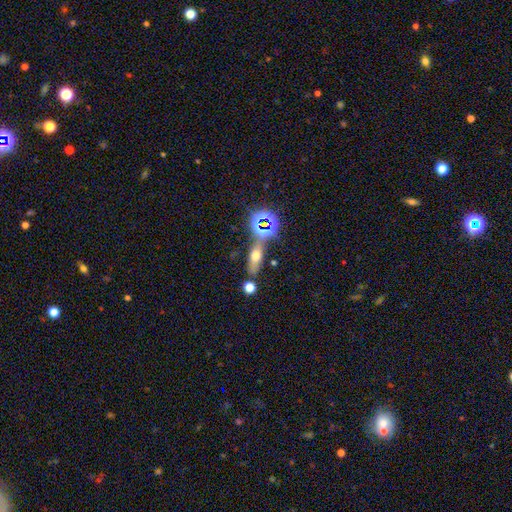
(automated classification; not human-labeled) The model was most divided on "smooth or featured": smooth: 46%, featured or disk: 30%, star or artifact: 24%. More confident: merging — none (68%).